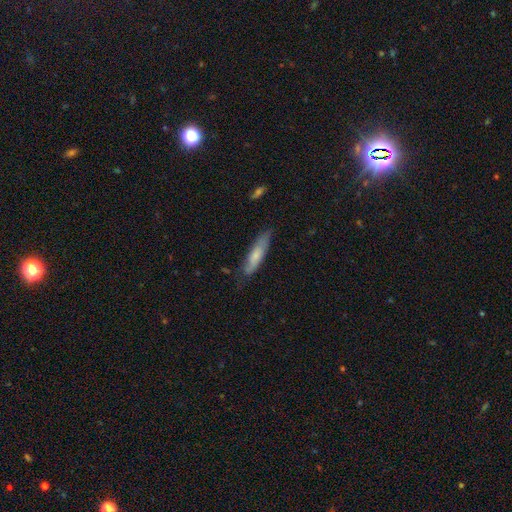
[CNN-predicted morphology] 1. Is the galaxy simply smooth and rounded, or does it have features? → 69% smooth, 25% featured or disk, 6% star or artifact.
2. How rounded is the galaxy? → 74% cigar-shaped, 24% in between, 1% round.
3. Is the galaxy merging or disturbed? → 69% none, 24% minor disturbance, 5% major disturbance, 2% merger.